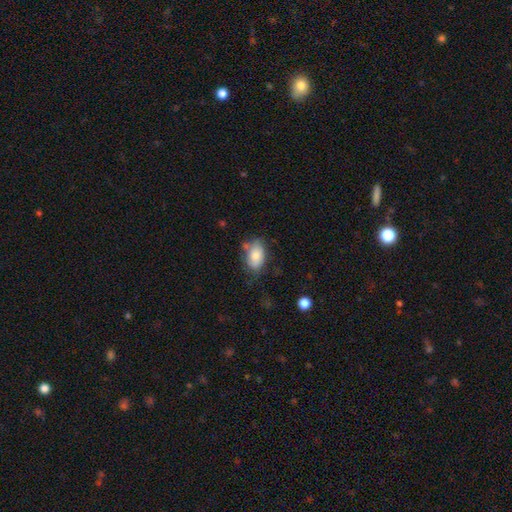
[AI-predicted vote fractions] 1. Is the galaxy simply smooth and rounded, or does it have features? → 82% smooth, 11% featured or disk, 7% star or artifact.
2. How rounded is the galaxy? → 90% in between, 8% round, 2% cigar-shaped.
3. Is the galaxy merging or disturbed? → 59% none, 25% minor disturbance, 8% major disturbance, 8% merger.